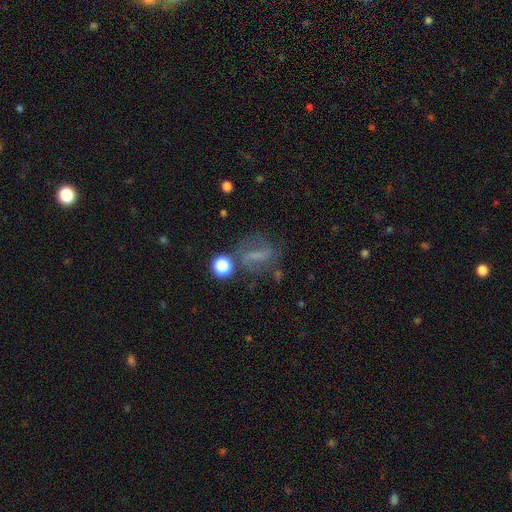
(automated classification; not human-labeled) Smooth or featured?
  - featured or disk: 49% *
  - smooth: 30%
  - star or artifact: 21%
Merging?
  - none: 58% *
  - minor disturbance: 19%
  - major disturbance: 16%
  - merger: 7%